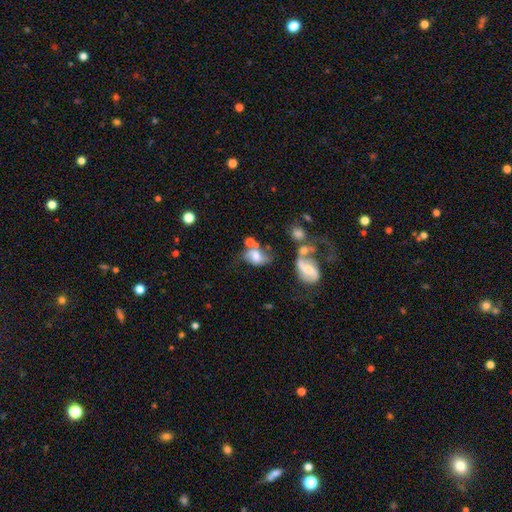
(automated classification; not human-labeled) A smooth galaxy with no disk features (45%).

Vote fractions:
- Smooth or featured? smooth: 45% / featured or disk: 44% / star or artifact: 11%
- Merging? none: 35% / merger: 24% / minor disturbance: 23% / major disturbance: 18%